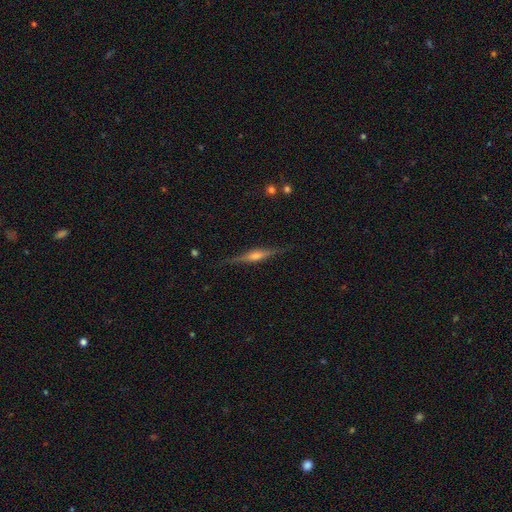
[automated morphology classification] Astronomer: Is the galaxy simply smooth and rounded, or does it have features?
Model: featured or disk — 78%.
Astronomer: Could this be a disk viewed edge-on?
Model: yes — 98%.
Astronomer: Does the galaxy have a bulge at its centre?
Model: rounded — 81%.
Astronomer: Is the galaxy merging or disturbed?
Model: none — 88%.